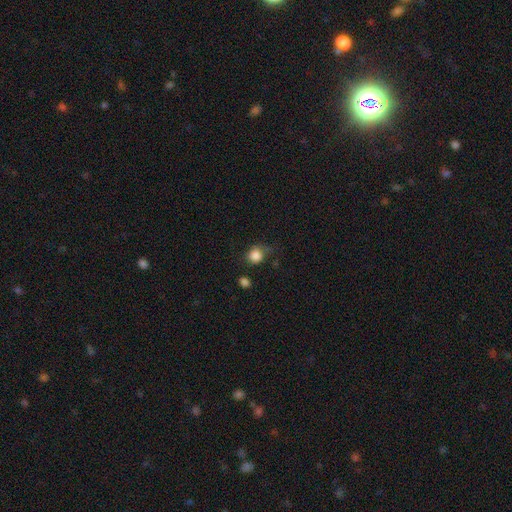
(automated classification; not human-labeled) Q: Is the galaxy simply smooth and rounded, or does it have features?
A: smooth — 84%.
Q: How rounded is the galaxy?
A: round — 81%.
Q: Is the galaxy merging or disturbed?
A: none — 59%.